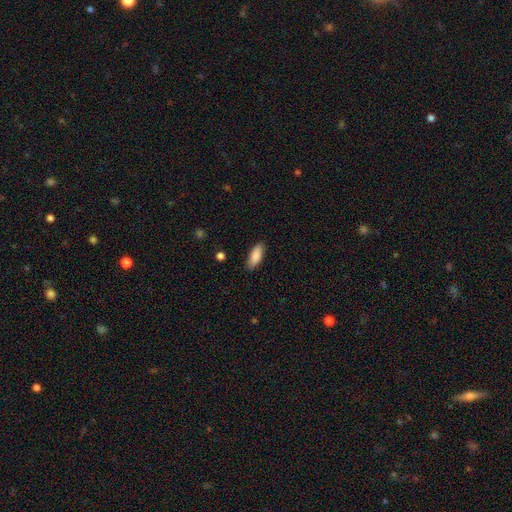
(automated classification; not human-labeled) smooth-or-featured: smooth: 87% | featured or disk: 7% | star or artifact: 6%
  how-rounded: in between: 73% | cigar-shaped: 25% | round: 2%
  merging: none: 85% | minor disturbance: 12% | major disturbance: 2% | merger: 1%